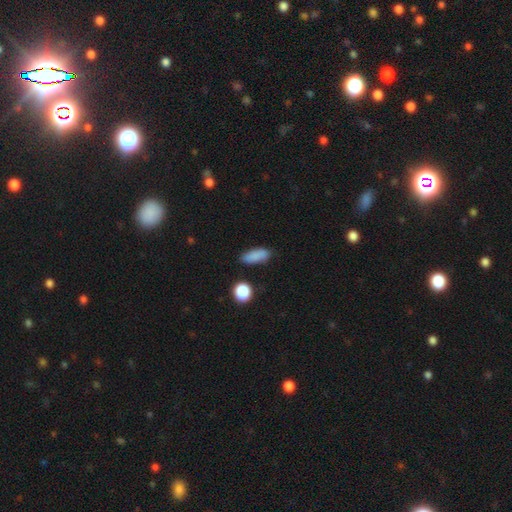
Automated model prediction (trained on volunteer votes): A smooth galaxy with no disk features (85%) that is in between round and cigar-shaped (72%). Merging: none (80%).